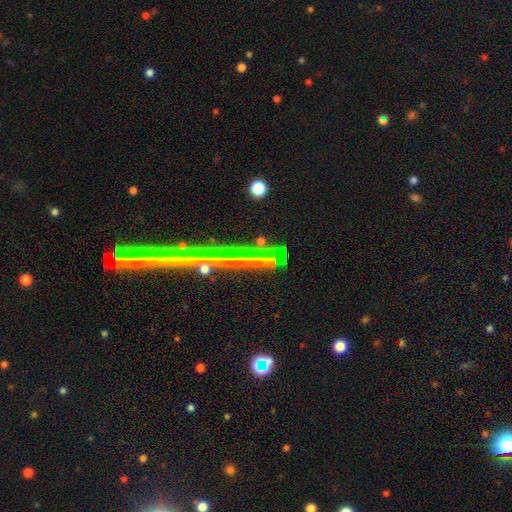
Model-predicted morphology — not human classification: smooth-or-featured: featured or disk: 52% | smooth: 34% | star or artifact: 15%
  disk-edge-on: yes: 93% | no: 7%
  merging: none: 78% | minor disturbance: 13% | merger: 6% | major disturbance: 3%